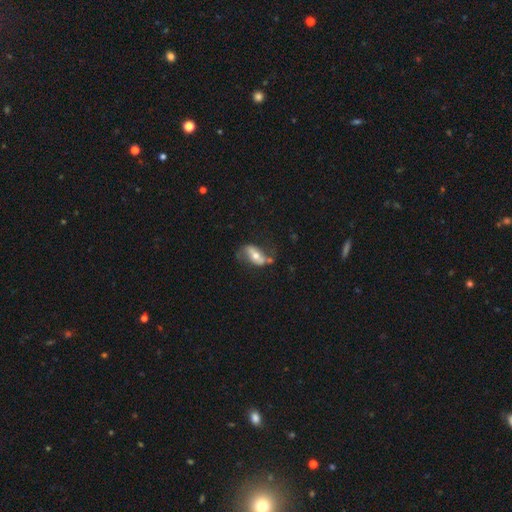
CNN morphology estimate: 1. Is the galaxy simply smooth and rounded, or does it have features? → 50% featured or disk, 43% smooth, 7% star or artifact.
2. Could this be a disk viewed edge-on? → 83% no, 17% yes.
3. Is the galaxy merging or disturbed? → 49% none, 25% minor disturbance, 16% major disturbance, 10% merger.